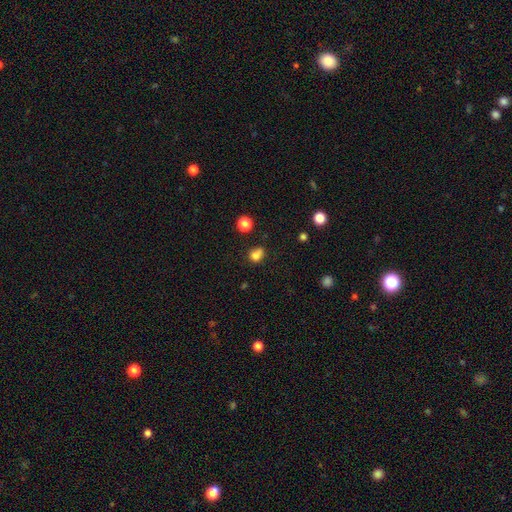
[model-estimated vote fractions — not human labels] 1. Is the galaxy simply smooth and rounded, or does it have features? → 80% smooth, 14% star or artifact, 7% featured or disk.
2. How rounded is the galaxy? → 57% round, 41% in between, 1% cigar-shaped.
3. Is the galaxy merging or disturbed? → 55% none, 24% minor disturbance, 13% merger, 8% major disturbance.